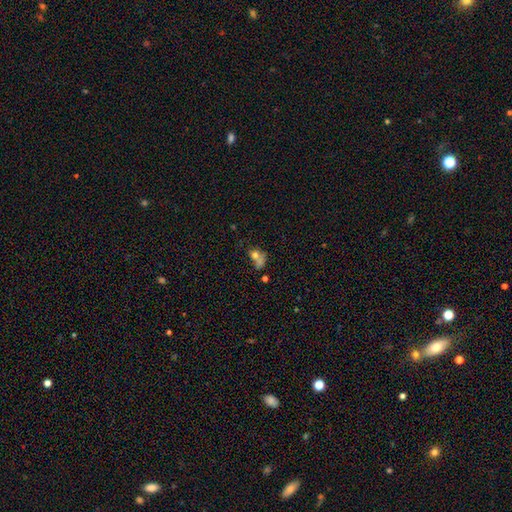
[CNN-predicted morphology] smooth_or_featured: smooth (p=0.66) [alt: featured or disk p=0.18]
how_rounded: round (p=0.55) [alt: in between p=0.43]
merging: merger (p=0.51) [alt: none p=0.25]